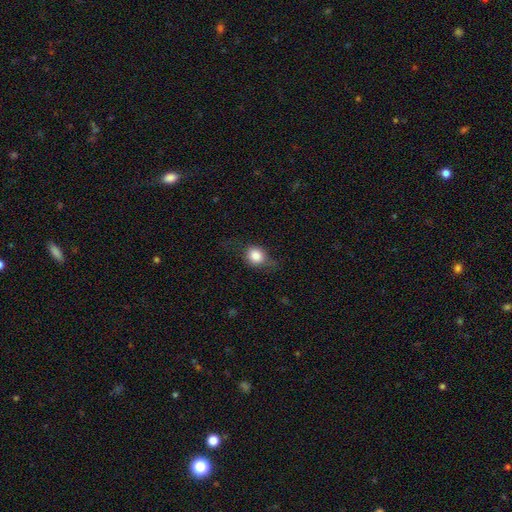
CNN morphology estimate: A smooth galaxy with no disk features (75%) that is round (71%).

Vote fractions:
- Smooth or featured? smooth: 75% / featured or disk: 15% / star or artifact: 9%
- How rounded? round: 71% / in between: 27% / cigar-shaped: 2%
- Merging? none: 60% / minor disturbance: 26% / major disturbance: 13% / merger: 1%